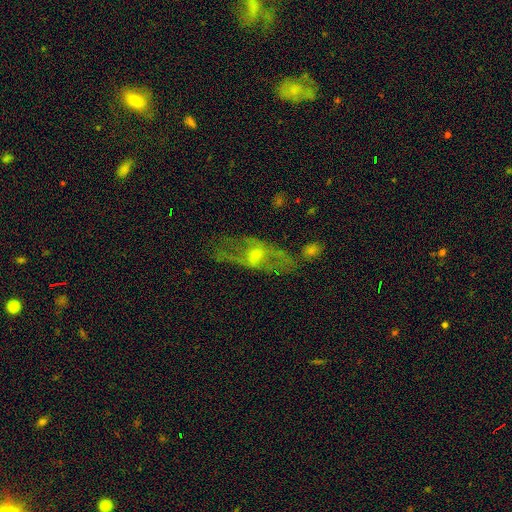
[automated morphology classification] A featured or disk galaxy (64%). Merging: none (56%).